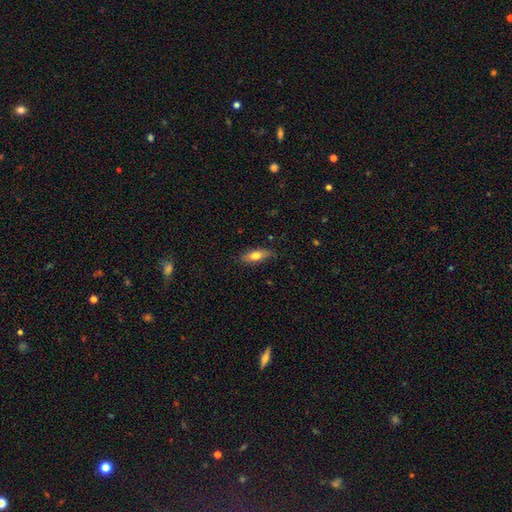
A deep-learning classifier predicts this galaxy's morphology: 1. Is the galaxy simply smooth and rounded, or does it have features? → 67% smooth, 26% featured or disk, 7% star or artifact.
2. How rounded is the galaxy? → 65% in between, 32% cigar-shaped, 3% round.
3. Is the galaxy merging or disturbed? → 83% none, 13% minor disturbance, 2% major disturbance, 1% merger.